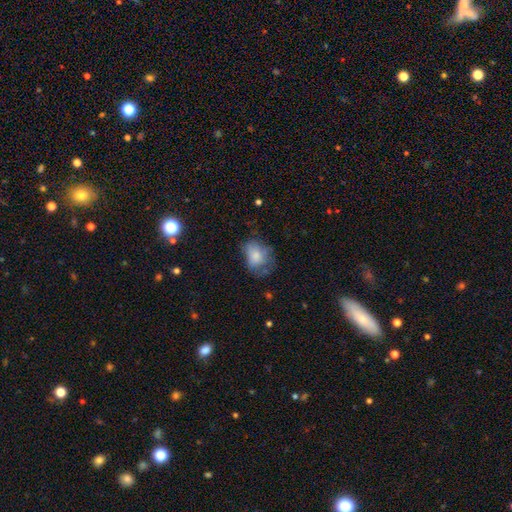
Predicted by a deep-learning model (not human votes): This appears to be a smooth galaxy with no disk features (72%) that is in between round and cigar-shaped (66%). Merging: none (38%).